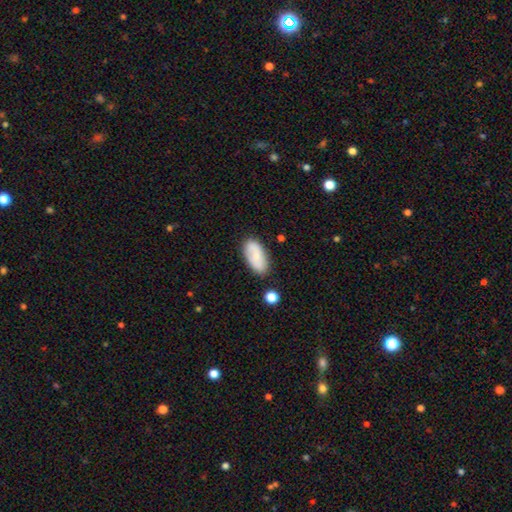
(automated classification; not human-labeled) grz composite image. It shows a smooth galaxy with no disk features (67%) that is in between round and cigar-shaped (92%). Merging: none (81%).